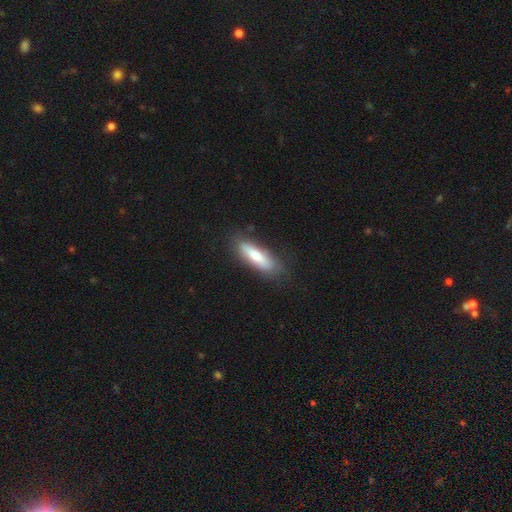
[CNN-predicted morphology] smooth 70%, featured or disk 23%, star or artifact 7%. Down the decision tree: how rounded — cigar-shaped (61%); merging — none (80%).